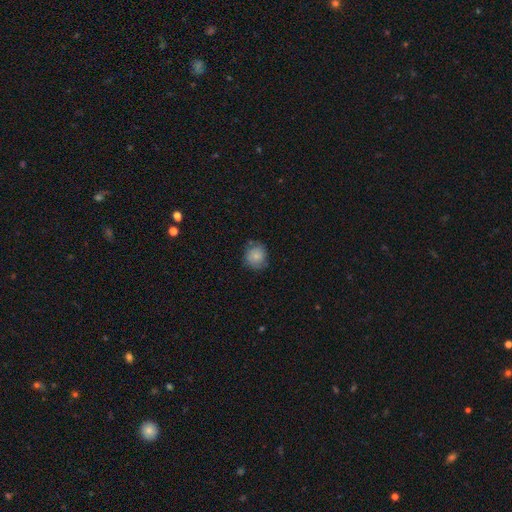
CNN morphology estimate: type=smooth (77%); roundness=round (83%); merging=none (72%).